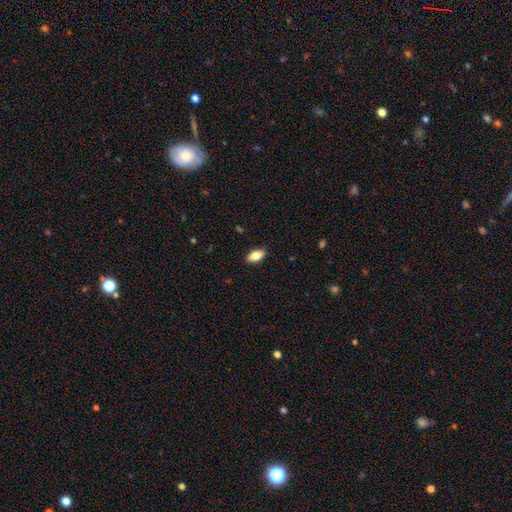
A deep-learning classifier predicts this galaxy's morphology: smooth-or-featured: smooth: 80% | featured or disk: 12% | star or artifact: 7%
  how-rounded: in between: 90% | cigar-shaped: 6% | round: 4%
  merging: none: 89% | minor disturbance: 9% | major disturbance: 2% | merger: 1%